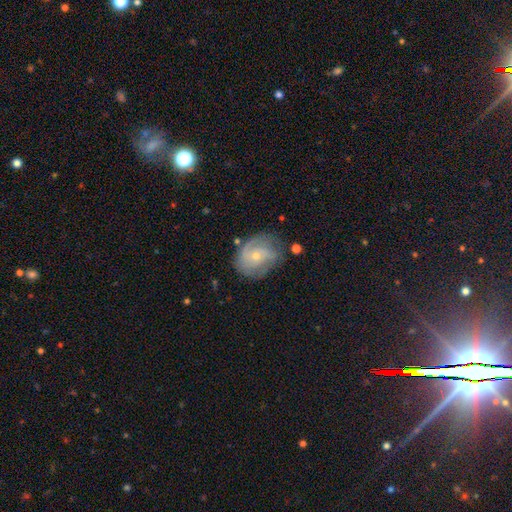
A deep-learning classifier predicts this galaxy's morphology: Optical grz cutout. It shows a featured or disk galaxy (70%) with no bar (71%), 2 (37%) tight (43%) spiral arms (86%) and a small central bulge (69%). Merging: none (60%).